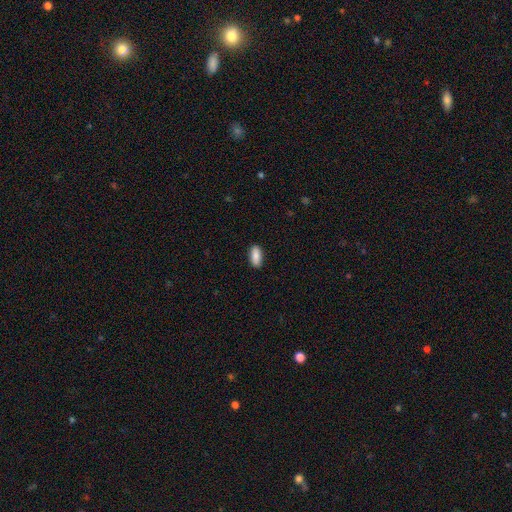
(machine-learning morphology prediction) This is clearly a smooth galaxy (88%). How rounded: clearly in between (87%). Merging: clearly none (89%).